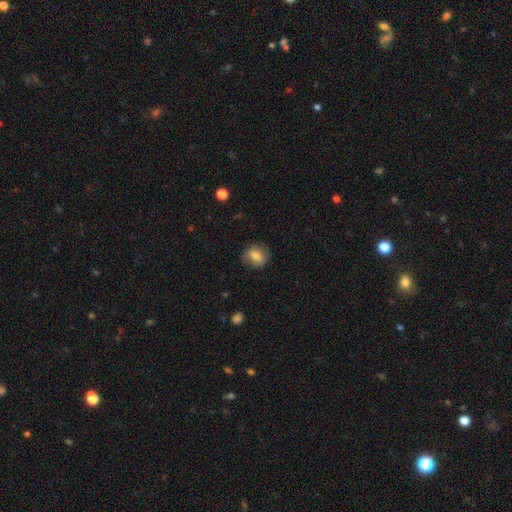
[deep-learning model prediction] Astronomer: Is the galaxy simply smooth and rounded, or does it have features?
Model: smooth — 75%.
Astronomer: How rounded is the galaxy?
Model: round — 55% (runner-up: in between, 43%).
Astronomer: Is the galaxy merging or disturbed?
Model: none — 72%.